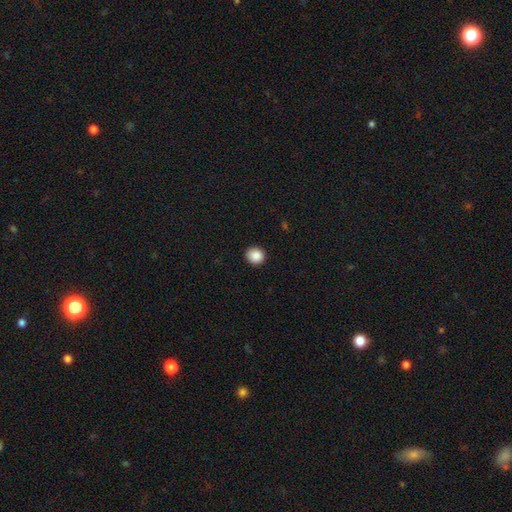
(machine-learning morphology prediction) This is clearly a smooth galaxy (88%). How rounded: clearly round (88%). Merging: clearly none (92%).